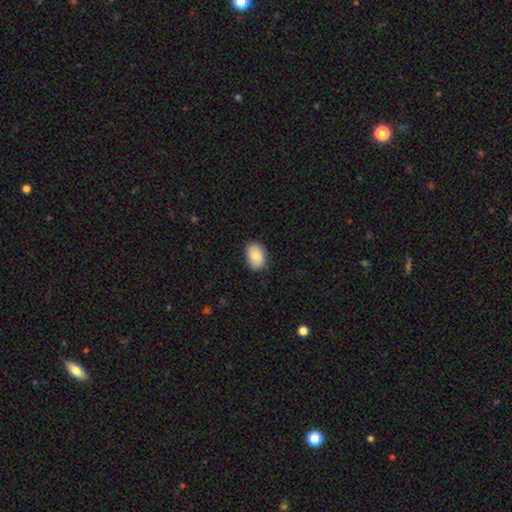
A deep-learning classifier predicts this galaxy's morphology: A smooth galaxy with no disk features (84%) that is in between round and cigar-shaped (83%). Merging: none (86%).